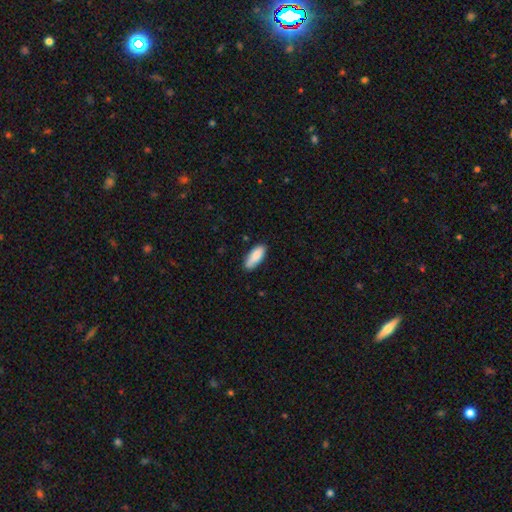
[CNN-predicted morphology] A smooth galaxy with no disk features (87%) that is in between round and cigar-shaped (76%). Merging: none (77%).